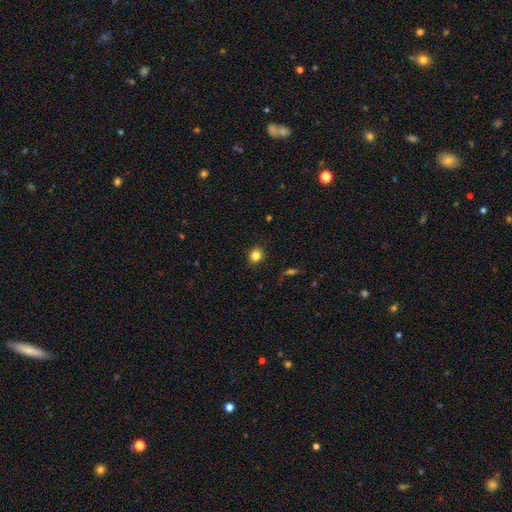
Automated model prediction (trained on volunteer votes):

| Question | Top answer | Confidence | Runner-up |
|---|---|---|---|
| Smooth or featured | smooth | 83% | star or artifact (12%) |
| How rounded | round | 83% | in between (16%) |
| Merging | none | 90% | minor disturbance (7%) |